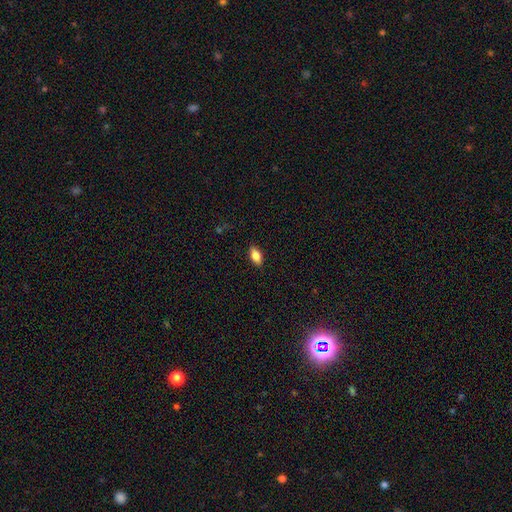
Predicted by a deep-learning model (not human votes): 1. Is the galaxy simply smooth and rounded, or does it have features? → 83% smooth, 9% featured or disk, 8% star or artifact.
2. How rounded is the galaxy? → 90% in between, 6% cigar-shaped, 4% round.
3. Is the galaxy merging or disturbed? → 88% none, 9% minor disturbance, 2% major disturbance, 1% merger.